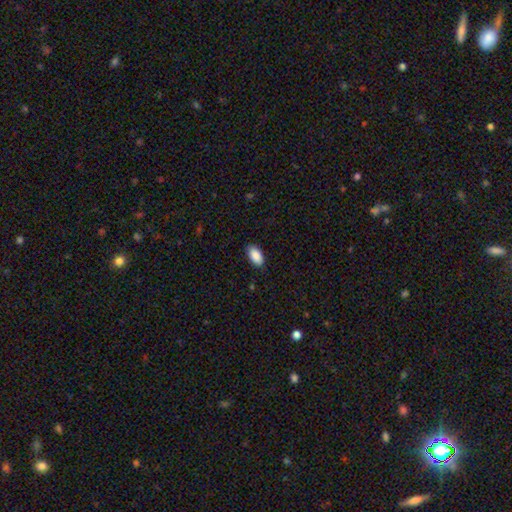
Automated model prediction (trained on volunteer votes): smooth 90%, star or artifact 6%, featured or disk 4%. Down the decision tree: how rounded — in between (95%); merging — none (86%).